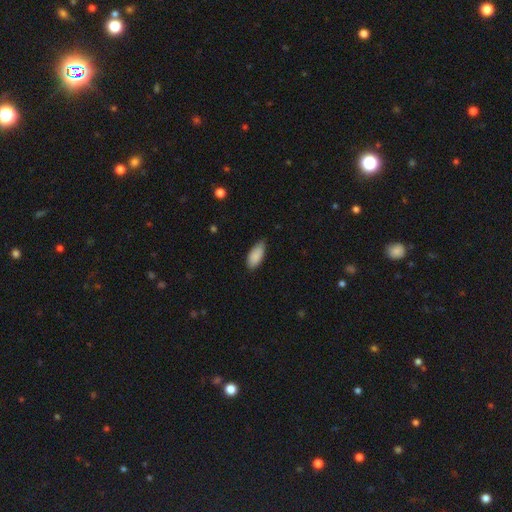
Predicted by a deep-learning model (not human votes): smooth 88%, star or artifact 6%, featured or disk 6%. Down the decision tree: how rounded — in between (90%); merging — none (66%).